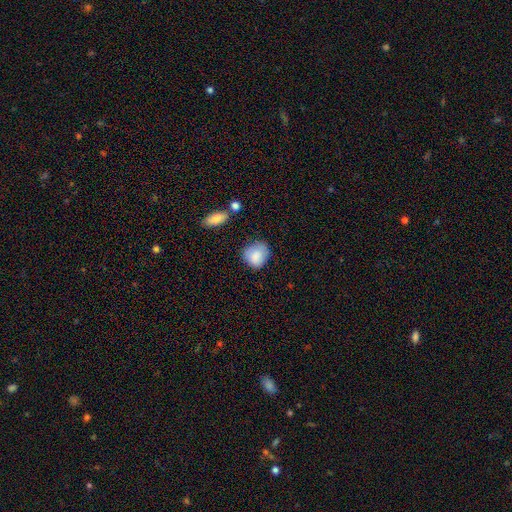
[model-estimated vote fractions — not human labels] smooth-or-featured: smooth: 85% | featured or disk: 7% | star or artifact: 7%
  how-rounded: round: 66% | in between: 33% | cigar-shaped: 1%
  merging: none: 64% | minor disturbance: 27% | major disturbance: 6% | merger: 3%